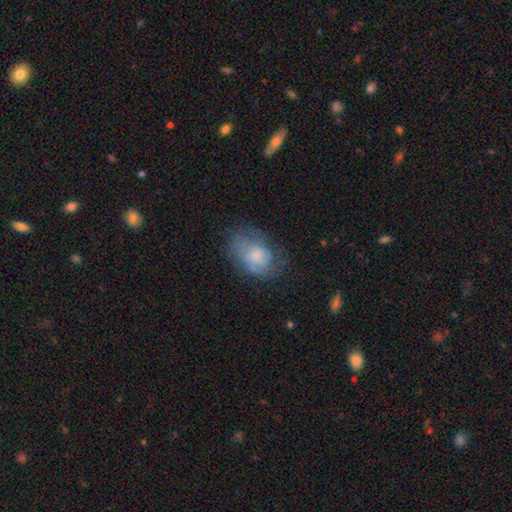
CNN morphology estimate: Smooth or featured? smooth (61%)
How rounded? in between (81%)
Merging? none (58%)